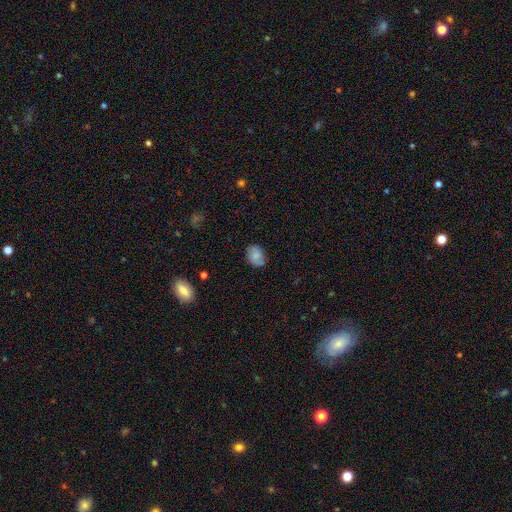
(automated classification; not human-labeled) smooth_or_featured: smooth (p=0.65) [alt: featured or disk p=0.26]
how_rounded: in between (p=0.52) [alt: round p=0.47]
merging: none (p=0.71) [alt: minor disturbance p=0.21]